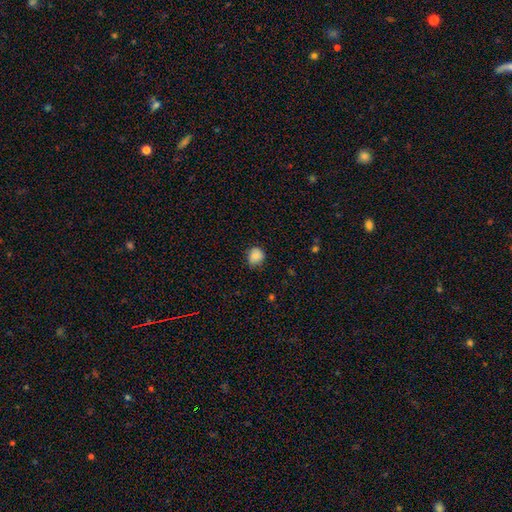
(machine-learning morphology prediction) Smooth or featured? smooth (85%)
How rounded? round (80%)
Merging? none (77%)